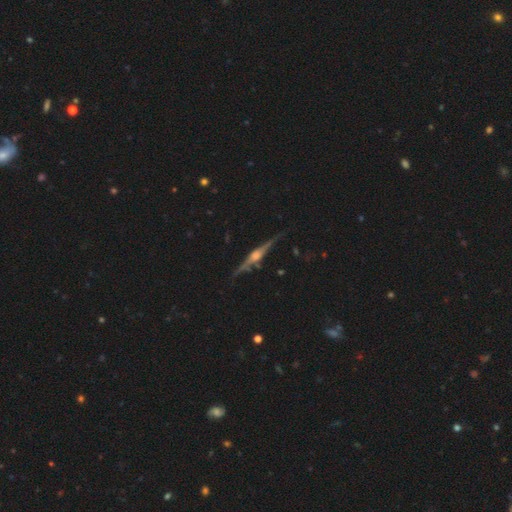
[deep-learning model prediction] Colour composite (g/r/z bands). It shows a featured or disk galaxy (83%) viewed edge-on (97%) with a rounded central bulge (80%). Merging: none (82%).